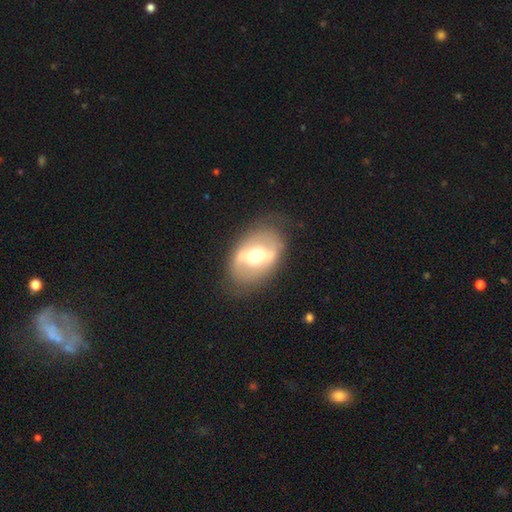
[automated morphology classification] A featured or disk galaxy (67%) with a strong bar (59%), no spiral arms (65%) and a moderate central bulge (59%). Merging: none (75%).